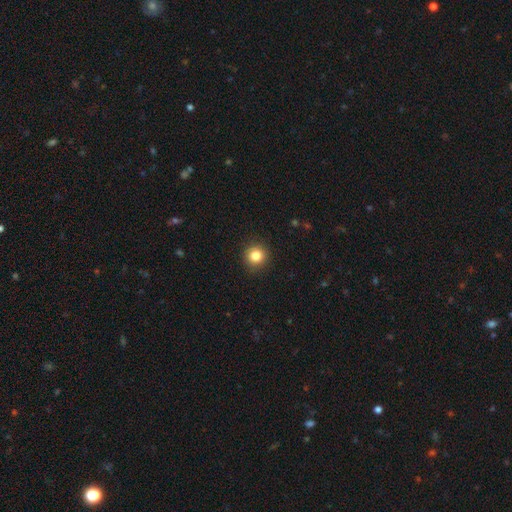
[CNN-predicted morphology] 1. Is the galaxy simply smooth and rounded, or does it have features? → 83% smooth, 11% star or artifact, 5% featured or disk.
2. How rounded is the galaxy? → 94% round, 5% in between, 1% cigar-shaped.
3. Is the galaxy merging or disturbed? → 92% none, 5% minor disturbance, 2% major disturbance, 1% merger.